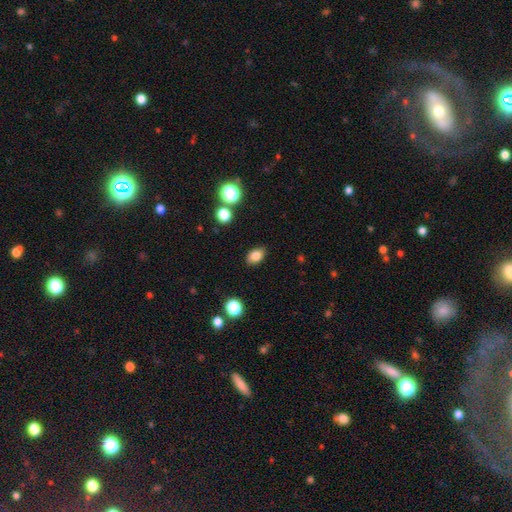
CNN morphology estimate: Smooth or featured?
  - smooth: 82% *
  - star or artifact: 11%
  - featured or disk: 7%
How rounded?
  - in between: 82% *
  - round: 16%
  - cigar-shaped: 1%
Merging?
  - none: 86% *
  - minor disturbance: 10%
  - major disturbance: 2%
  - merger: 2%